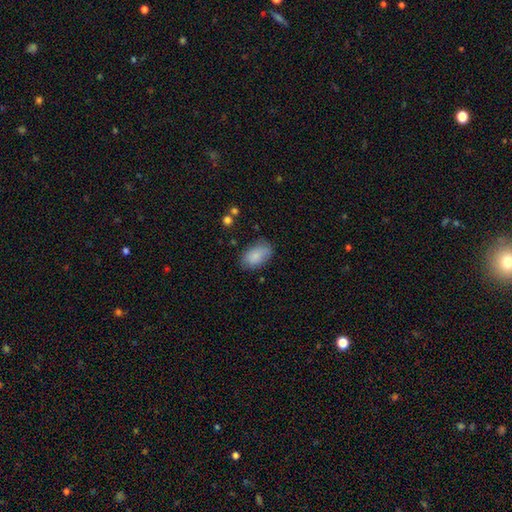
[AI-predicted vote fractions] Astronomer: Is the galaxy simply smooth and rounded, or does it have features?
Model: smooth — 84%.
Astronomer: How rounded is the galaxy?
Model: in between — 92%.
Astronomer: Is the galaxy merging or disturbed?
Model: none — 73%.